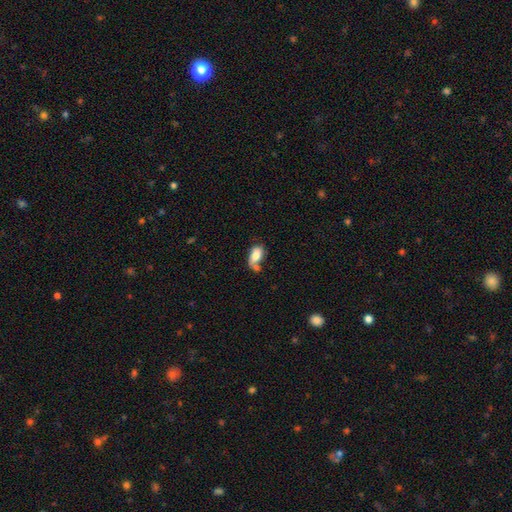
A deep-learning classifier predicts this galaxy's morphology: Smooth or featured?
  - smooth: 71% *
  - featured or disk: 21%
  - star or artifact: 8%
How rounded?
  - in between: 89% *
  - round: 6%
  - cigar-shaped: 5%
Merging?
  - none: 35% *
  - merger: 30%
  - minor disturbance: 23%
  - major disturbance: 13%